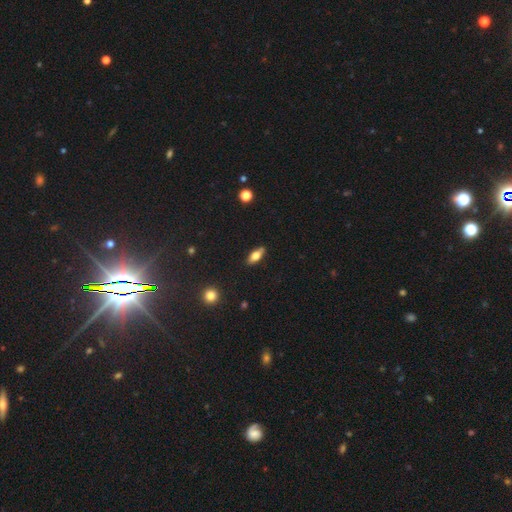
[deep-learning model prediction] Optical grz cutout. It shows a smooth galaxy with no disk features (62%) that is in between round and cigar-shaped (74%). Merging: none (86%).